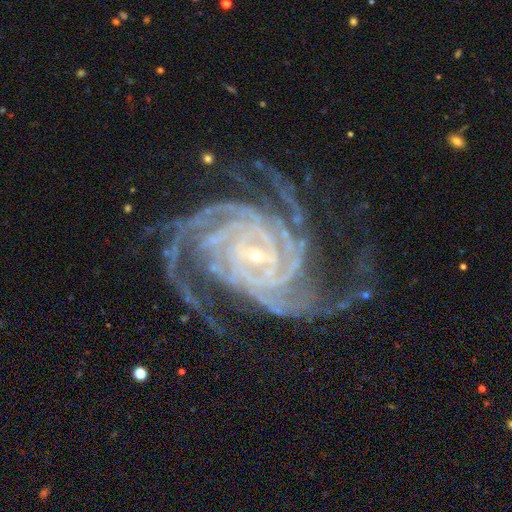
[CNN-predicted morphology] The model was most divided on "spiral arm count": 4: 35%, more than 4: 18%, 3: 18%, 2: 11%, can't tell: 10%, 1: 8%. Remaining: spiral arms — yes (99%); edge-on disk — no (98%); smooth or featured — featured or disk (93%); bulge size — small (84%); spiral winding — tight (73%); merging — none (68%); bar — no (48%).